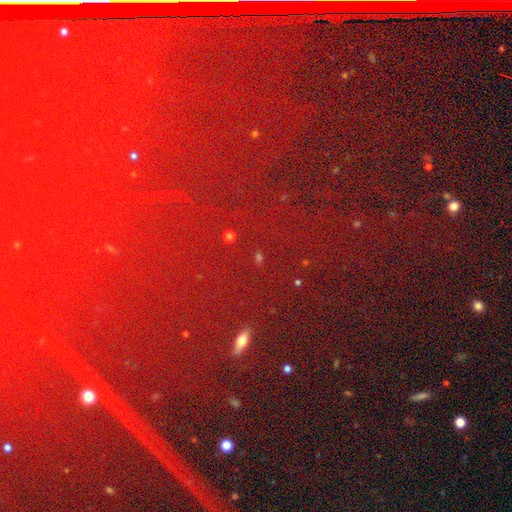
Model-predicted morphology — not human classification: Smooth or featured? star or artifact (85%)